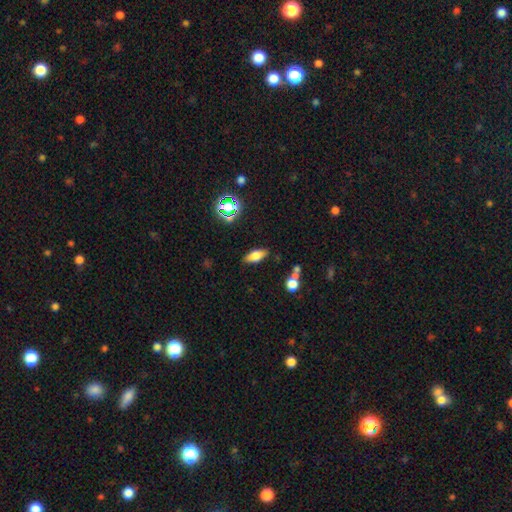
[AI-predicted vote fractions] A smooth galaxy with no disk features (65%) that is in between round and cigar-shaped (78%). Merging: none (81%).